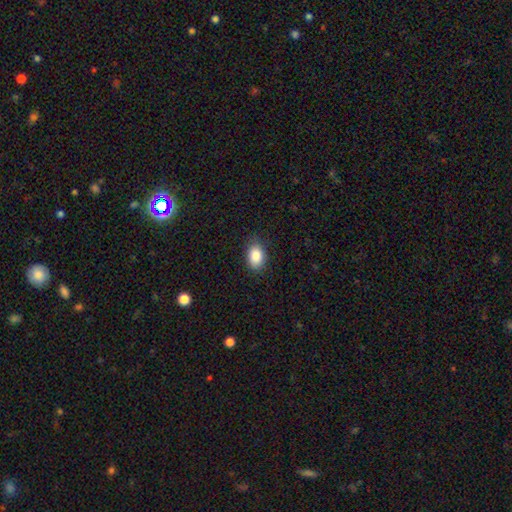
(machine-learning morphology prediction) smooth_or_featured: smooth (p=0.87) [alt: star or artifact p=0.08]
how_rounded: in between (p=0.86) [alt: round p=0.13]
merging: none (p=0.82) [alt: minor disturbance p=0.14]